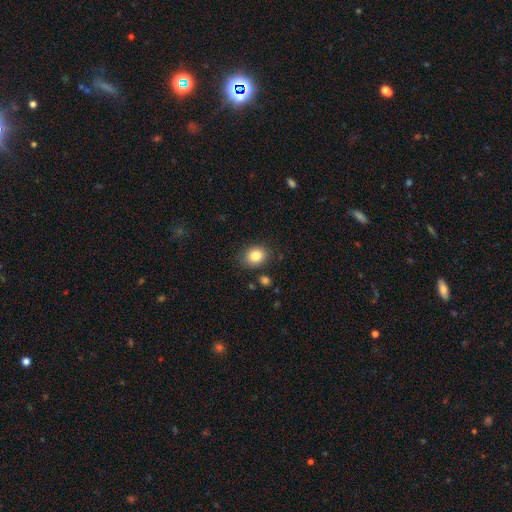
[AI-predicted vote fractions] The model was most divided on "how rounded": round: 56%, in between: 43%, cigar-shaped: 1%. More confident: smooth or featured — smooth (83%); merging — none (83%).